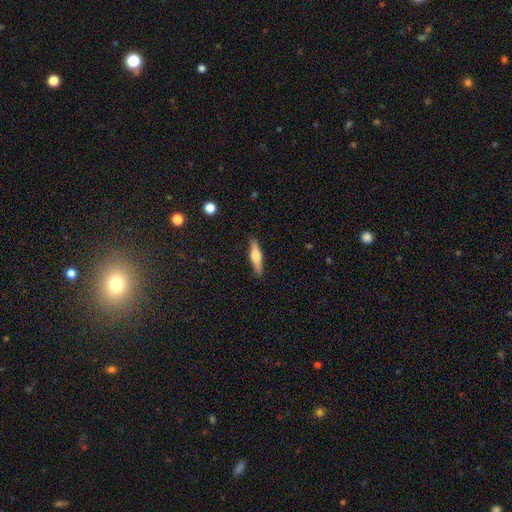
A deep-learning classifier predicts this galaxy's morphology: smooth-or-featured: smooth: 55% | featured or disk: 39% | star or artifact: 6%
  how-rounded: cigar-shaped: 75% | in between: 23% | round: 2%
  merging: none: 89% | minor disturbance: 8% | major disturbance: 2% | merger: 1%